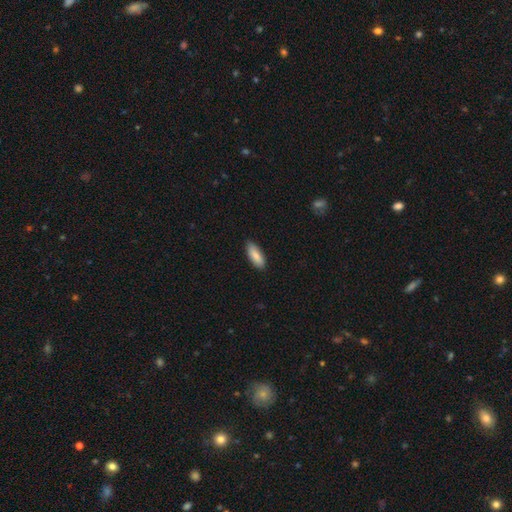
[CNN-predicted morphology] A smooth galaxy with no disk features (88%) that is in between round and cigar-shaped (72%). Merging: none (85%).